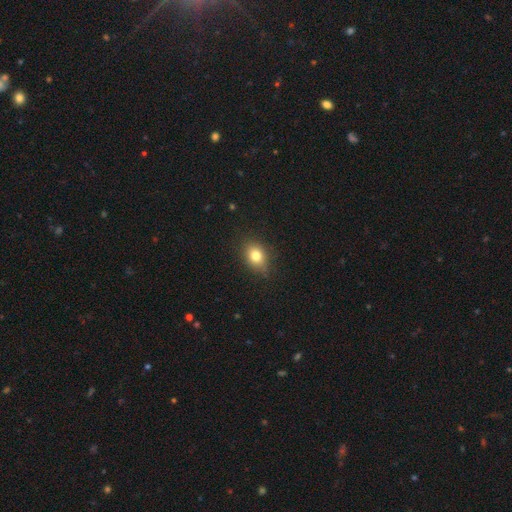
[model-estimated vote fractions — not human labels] Smooth or featured? Predicted: smooth (p=0.80). How rounded? Predicted: in between (p=0.60). Merging? Predicted: none (p=0.82).